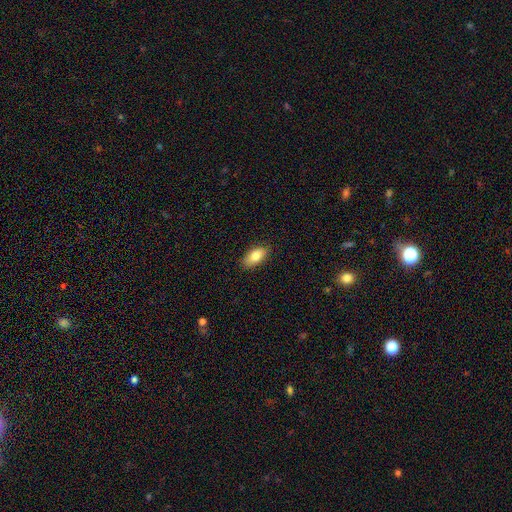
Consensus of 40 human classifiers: smooth-or-featured: smooth: 78% | star or artifact: 12% | featured or disk: 10%
  how-rounded: in between: 84% | cigar-shaped: 10% | round: 6%
  merging: none: 86% | minor disturbance: 6% | merger: 6% | major disturbance: 3%